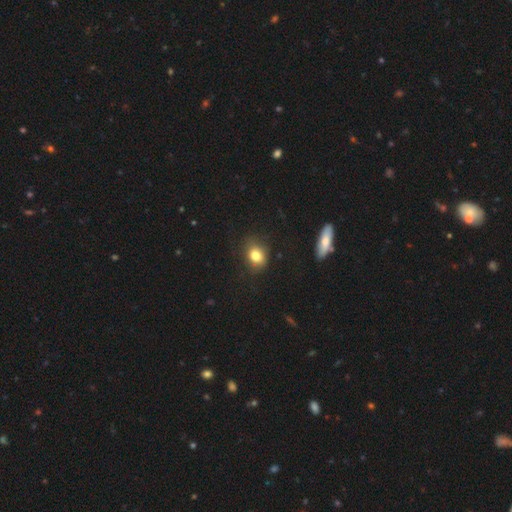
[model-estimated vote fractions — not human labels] Smooth or featured? Predicted: smooth (p=0.80). How rounded? Predicted: in between (p=0.52). Merging? Predicted: none (p=0.75).